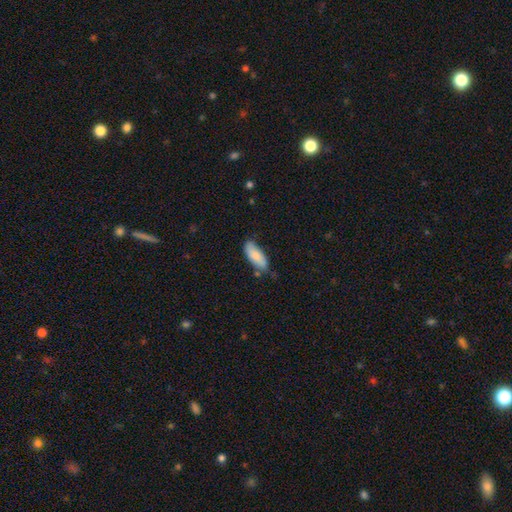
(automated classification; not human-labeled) Smooth or featured? smooth (82%)
How rounded? in between (78%)
Merging? none (69%)